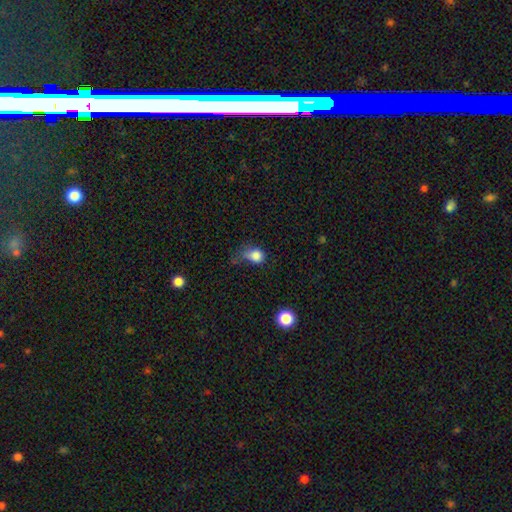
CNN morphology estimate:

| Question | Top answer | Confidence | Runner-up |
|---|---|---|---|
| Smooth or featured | smooth | 82% | star or artifact (11%) |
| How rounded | round | 51% | in between (47%) |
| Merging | minor disturbance | 36% | major disturbance (29%) |